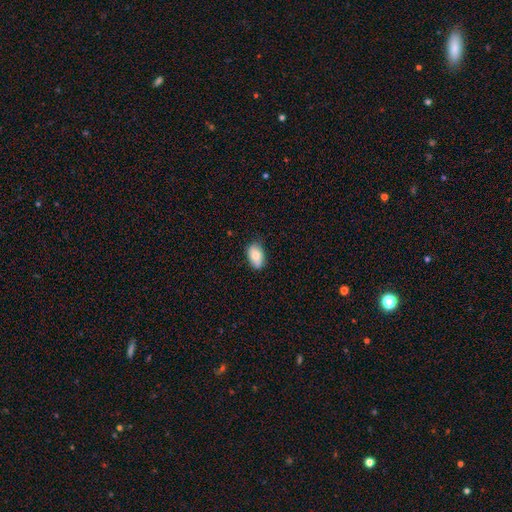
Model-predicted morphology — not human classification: A smooth galaxy with no disk features (81%) that is in between round and cigar-shaped (92%). Merging: none (77%).